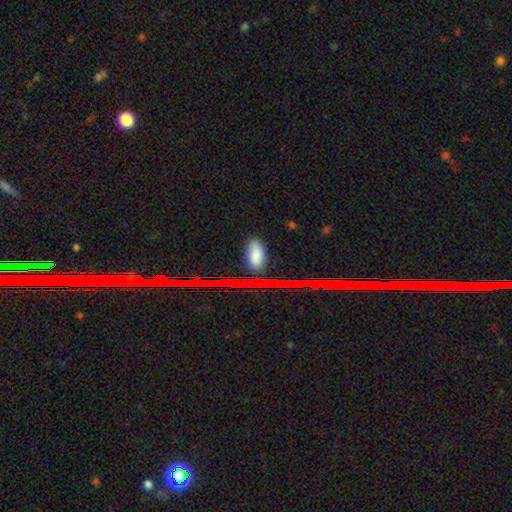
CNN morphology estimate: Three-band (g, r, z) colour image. It shows a smooth galaxy with no disk features (78%) that is in between round and cigar-shaped (90%). Merging: none (75%).